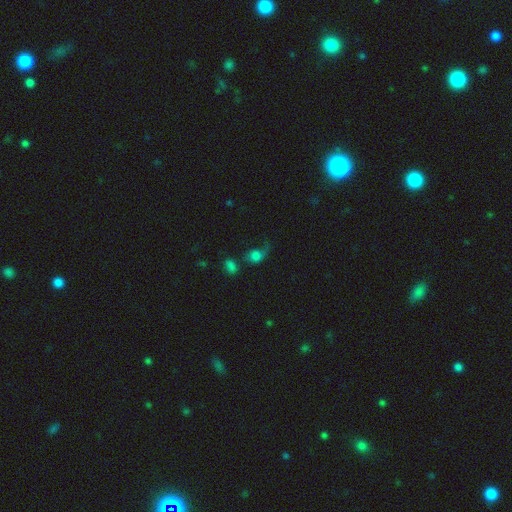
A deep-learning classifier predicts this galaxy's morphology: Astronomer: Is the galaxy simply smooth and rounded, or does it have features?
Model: smooth — 62%.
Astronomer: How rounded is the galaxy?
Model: round — 54% (runner-up: in between, 44%).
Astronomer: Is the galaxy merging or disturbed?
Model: major disturbance — 41% (runner-up: none, 27%).